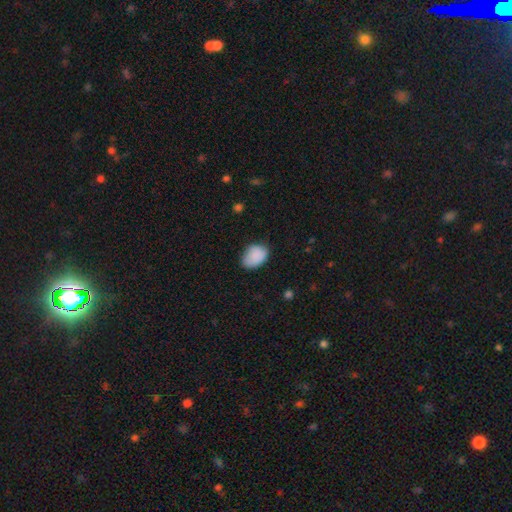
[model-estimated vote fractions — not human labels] A smooth galaxy with no disk features (89%) that is in between round and cigar-shaped (81%).

Vote fractions:
- Smooth or featured? smooth: 89% / star or artifact: 7% / featured or disk: 4%
- How rounded? in between: 81% / round: 18% / cigar-shaped: 1%
- Merging? none: 69% / minor disturbance: 25% / major disturbance: 5% / merger: 1%